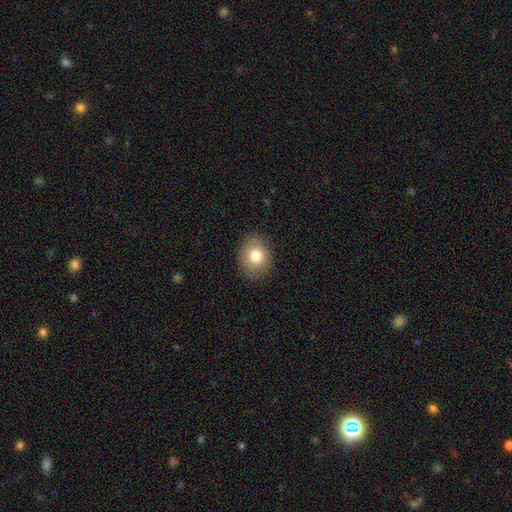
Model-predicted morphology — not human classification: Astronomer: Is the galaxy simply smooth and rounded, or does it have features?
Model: smooth — 79%.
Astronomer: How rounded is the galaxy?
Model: round — 50% (runner-up: in between, 49%).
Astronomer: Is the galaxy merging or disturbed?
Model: none — 87%.